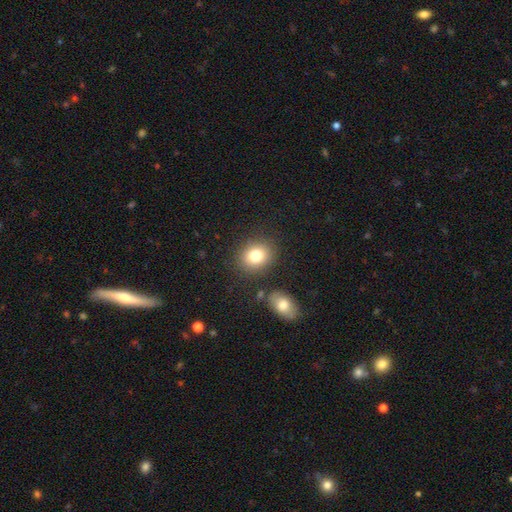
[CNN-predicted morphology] Smooth or featured: smooth — 80% (star or artifact — 11%)
How rounded: round — 63% (in between — 36%)
Merging: none — 81% (minor disturbance — 9%)